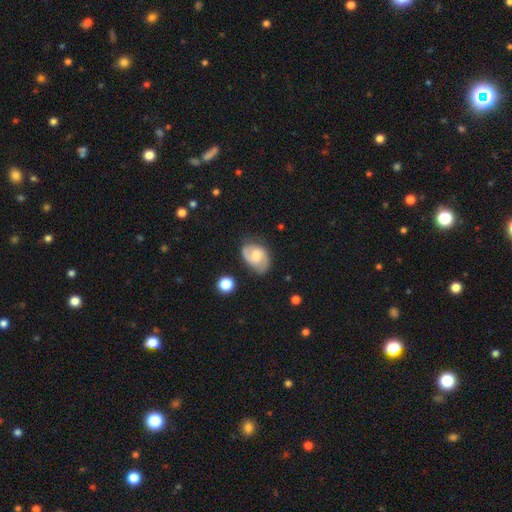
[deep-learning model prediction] Morphology: type=featured or disk (60%); edge-on=no (97%); bar=no (54%); spiral arms=yes (88%); winding=medium (47%); arm count=2 (77%); bulge=moderate (50%); merging=none (65%).